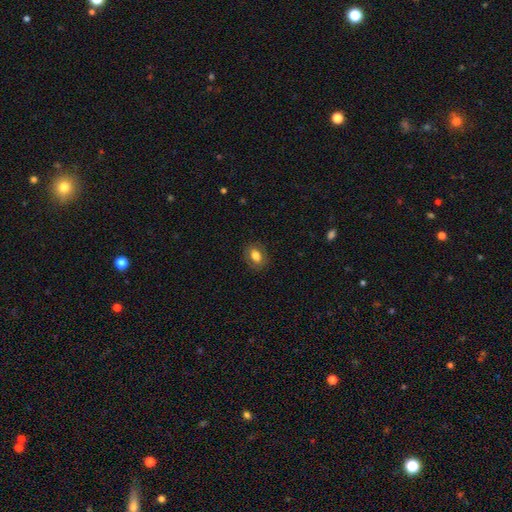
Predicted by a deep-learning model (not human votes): Smooth or featured: smooth — 78% (featured or disk — 14%)
How rounded: in between — 72% (round — 26%)
Merging: none — 85% (minor disturbance — 11%)